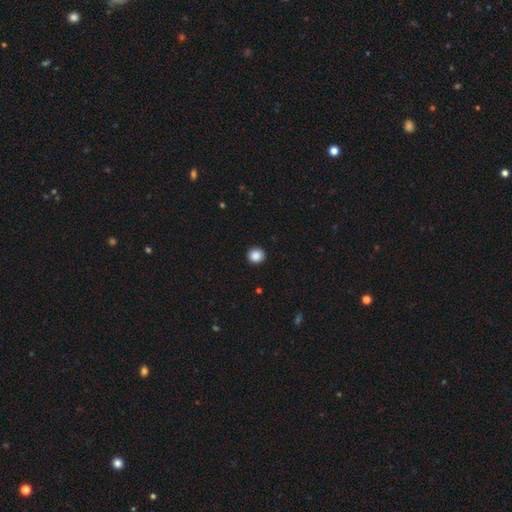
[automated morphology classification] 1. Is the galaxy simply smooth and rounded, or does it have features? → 88% smooth, 10% star or artifact, 3% featured or disk.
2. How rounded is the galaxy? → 92% round, 7% in between, 1% cigar-shaped.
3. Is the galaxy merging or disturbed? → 93% none, 5% minor disturbance, 2% major disturbance, 1% merger.